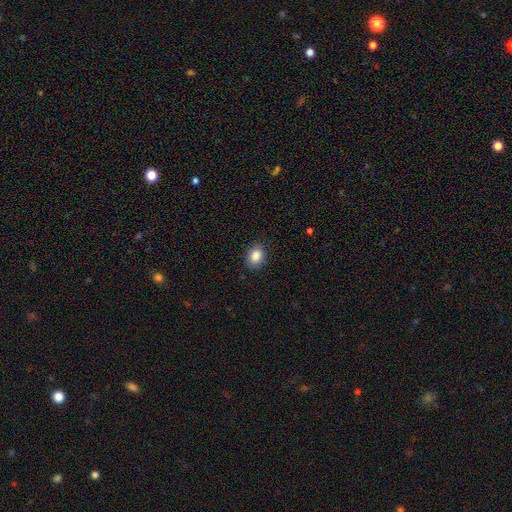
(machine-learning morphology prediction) smooth 87%, star or artifact 9%, featured or disk 5%. Down the decision tree: how rounded — in between (60%); merging — none (87%).